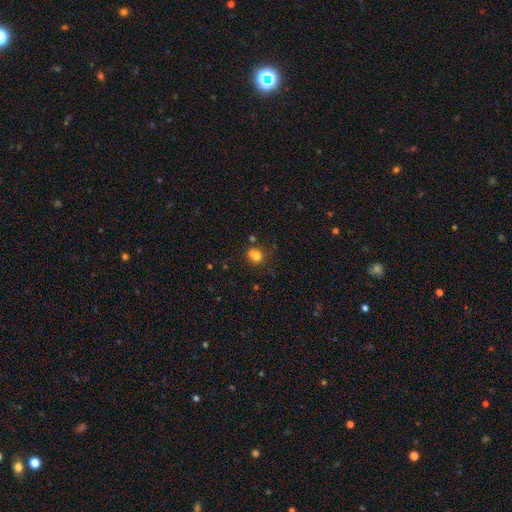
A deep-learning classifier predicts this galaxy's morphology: Overall: smooth (73%). How rounded: round (75%). Merging: merger (41%, tied with none).